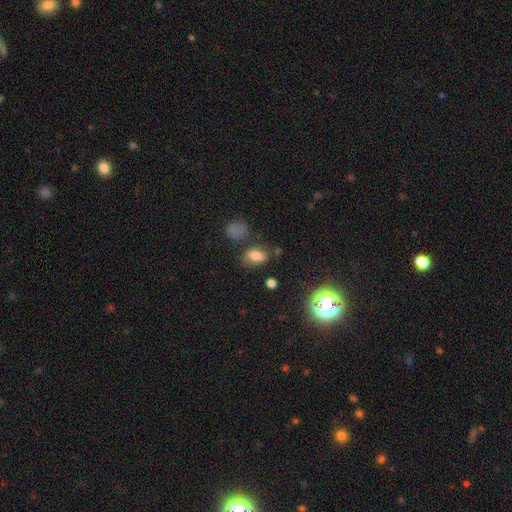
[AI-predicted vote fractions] This appears to be a smooth galaxy with no disk features (74%) that is in between round and cigar-shaped (85%). Merging: none (64%).